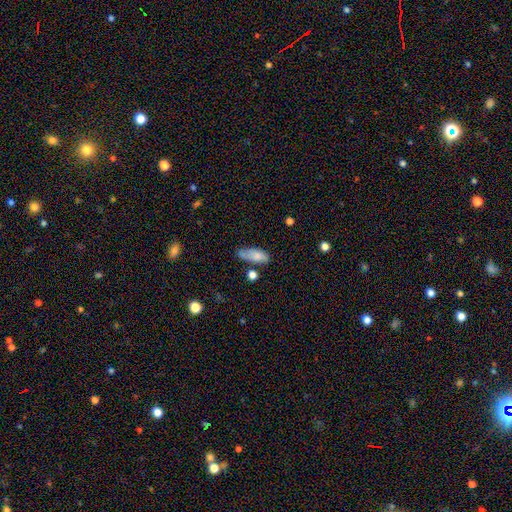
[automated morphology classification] A smooth galaxy with no disk features (79%) that is in between round and cigar-shaped (75%).

Vote fractions:
- Smooth or featured? smooth: 79% / featured or disk: 13% / star or artifact: 8%
- How rounded? in between: 75% / cigar-shaped: 22% / round: 3%
- Merging? none: 53% / minor disturbance: 29% / merger: 9% / major disturbance: 9%